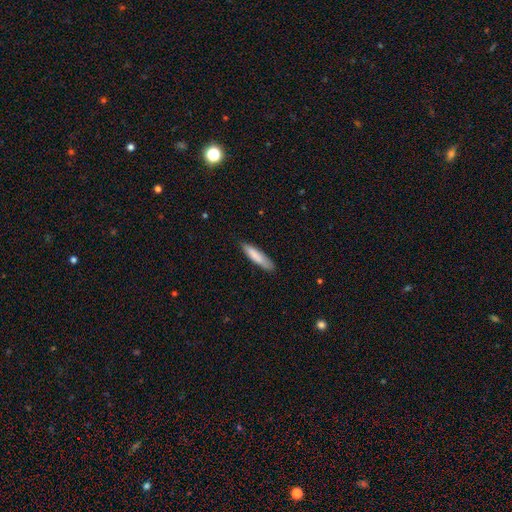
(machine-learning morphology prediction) Q: Smooth or featured?
A: smooth (82%); runner-up: featured or disk (12%)
Q: How rounded?
A: cigar-shaped (79%); runner-up: in between (20%)
Q: Merging?
A: none (81%); runner-up: minor disturbance (15%)